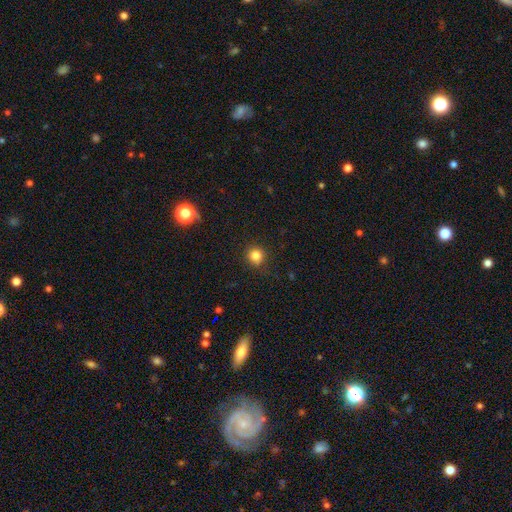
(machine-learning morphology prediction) type=smooth (82%); roundness=round (90%); merging=none (88%).